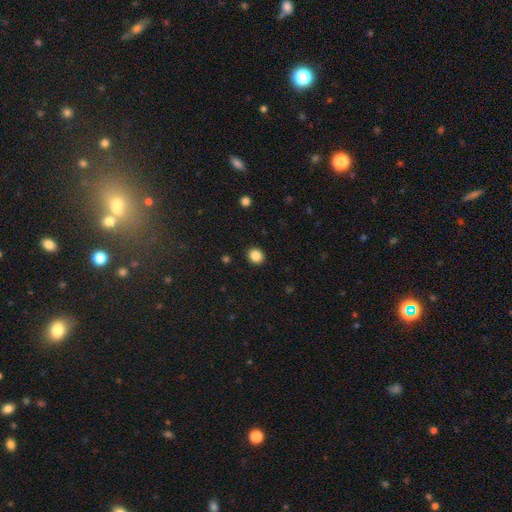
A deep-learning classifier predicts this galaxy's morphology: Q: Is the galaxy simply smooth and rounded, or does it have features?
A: smooth — 86%.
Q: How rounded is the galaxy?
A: round — 76%.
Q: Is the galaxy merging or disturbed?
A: none — 92%.